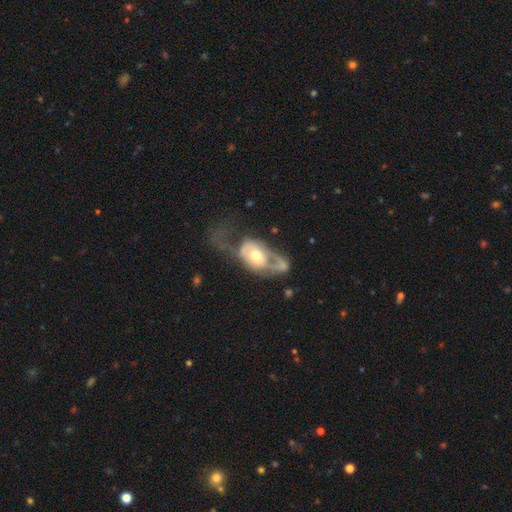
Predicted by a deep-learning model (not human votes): Smooth or featured? featured or disk (58%)
Edge-on disk? no (92%)
Bar? no (74%)
Spiral arms? no (52%)
Bulge size? moderate (64%)
Merging? major disturbance (57%)